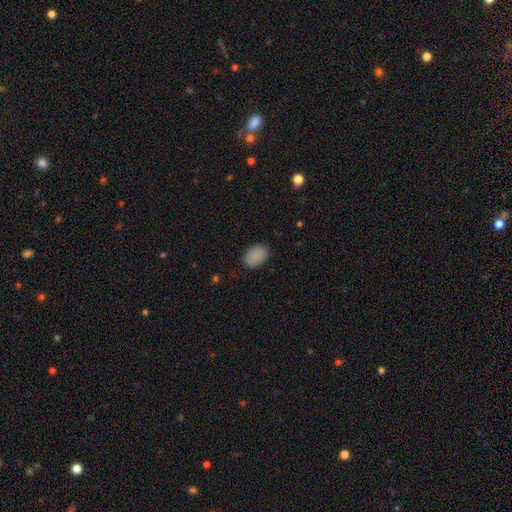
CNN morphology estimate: smooth-or-featured: smooth: 88% | star or artifact: 8% | featured or disk: 3%
  how-rounded: in between: 80% | round: 19% | cigar-shaped: 1%
  merging: none: 85% | minor disturbance: 11% | major disturbance: 3% | merger: 1%